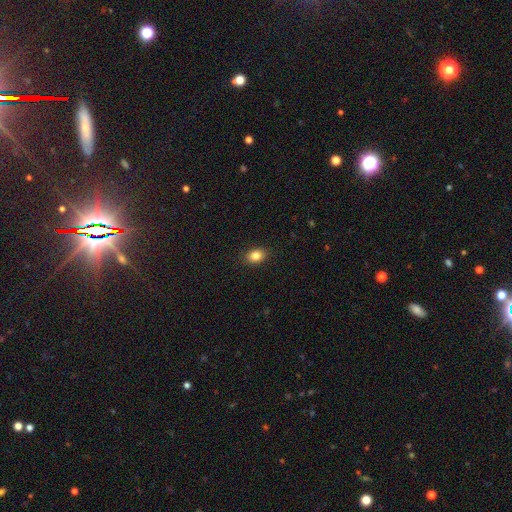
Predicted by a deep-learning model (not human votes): A smooth galaxy with no disk features (84%) that is in between round and cigar-shaped (67%). Merging: none (89%).